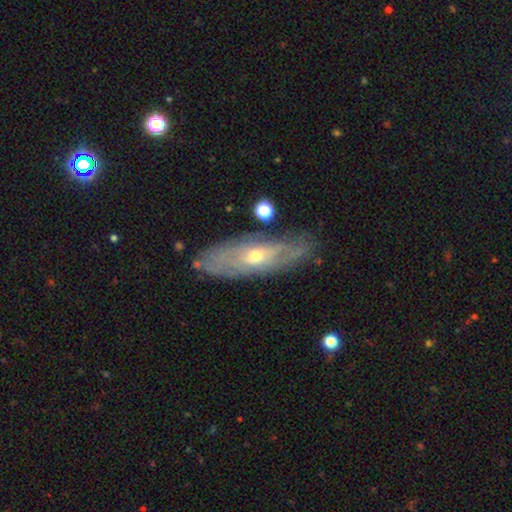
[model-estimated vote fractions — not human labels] Q: Smooth or featured?
A: featured or disk (73%); runner-up: smooth (21%)
Q: Edge-on disk?
A: no (75%); runner-up: yes (25%)
Q: Bar?
A: no (72%); runner-up: weak (23%)
Q: Spiral arms?
A: yes (72%); runner-up: no (28%)
Q: Bulge size?
A: small (54%); runner-up: moderate (43%)
Q: Merging?
A: none (76%); runner-up: minor disturbance (16%)